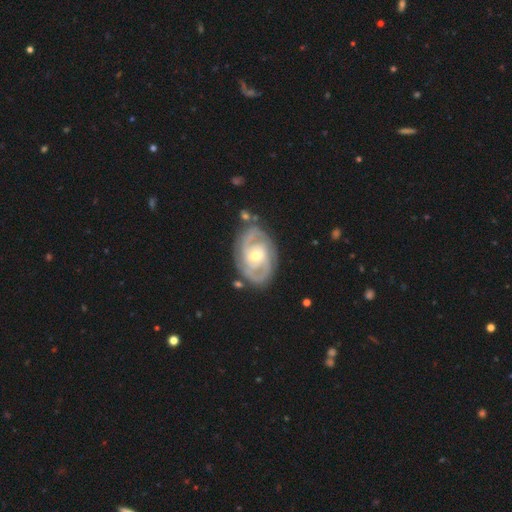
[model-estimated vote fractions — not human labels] This appears to be a featured or disk galaxy (89%) with no bar (45%), 2 (65%) tight (65%) spiral arms (97%) and a moderate central bulge (62%). Merging: none (77%).